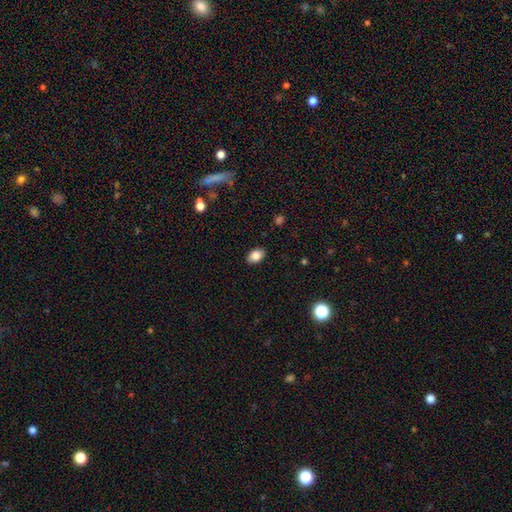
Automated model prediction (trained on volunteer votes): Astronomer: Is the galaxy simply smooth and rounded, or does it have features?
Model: smooth — 85%.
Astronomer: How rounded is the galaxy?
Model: in between — 84%.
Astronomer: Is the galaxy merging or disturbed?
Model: none — 88%.